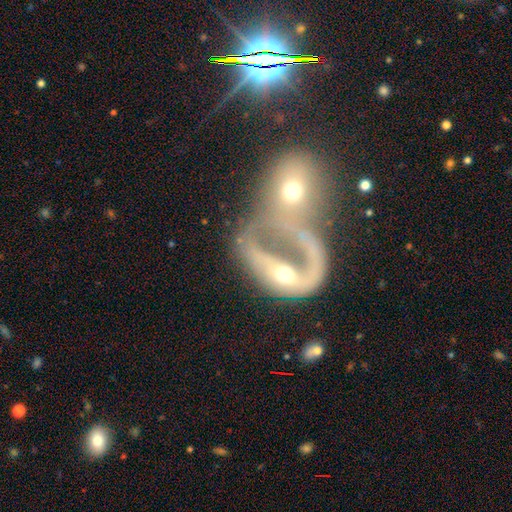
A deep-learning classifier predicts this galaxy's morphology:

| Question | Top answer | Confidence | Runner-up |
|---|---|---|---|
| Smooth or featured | featured or disk | 64% | smooth (27%) |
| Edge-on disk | no | 94% | yes (6%) |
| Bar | no | 65% | weak (23%) |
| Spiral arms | yes | 54% | no (46%) |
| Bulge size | moderate | 61% | small (25%) |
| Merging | merger | 73% | major disturbance (15%) |